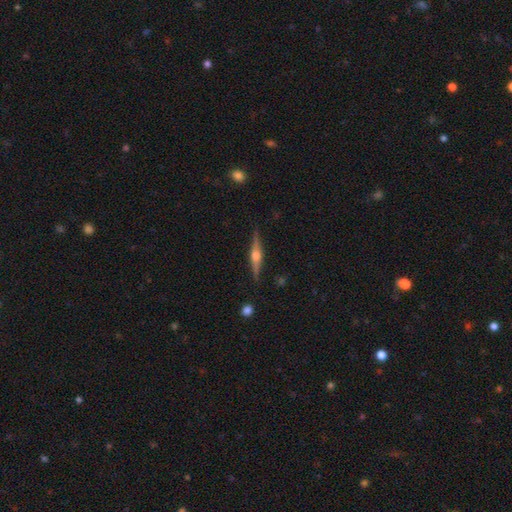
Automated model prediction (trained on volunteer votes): Q: Smooth or featured?
A: featured or disk (78%); runner-up: smooth (16%)
Q: Edge-on disk?
A: yes (98%); runner-up: no (2%)
Q: Edge-on bulge?
A: rounded (93%); runner-up: boxy (5%)
Q: Merging?
A: none (89%); runner-up: minor disturbance (8%)